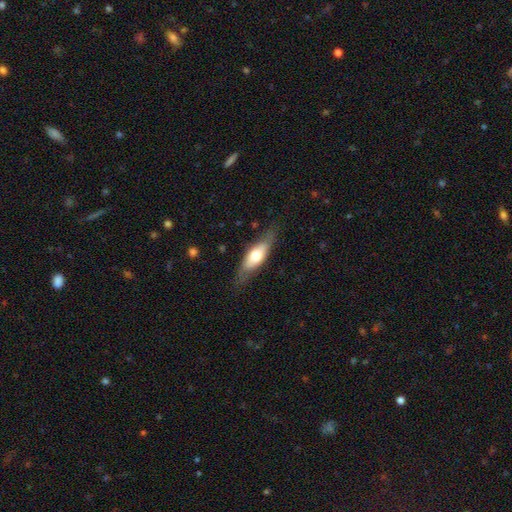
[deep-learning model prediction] The model was most divided on "smooth or featured": smooth: 54%, featured or disk: 40%, star or artifact: 6%. More confident: merging — none (73%); how rounded — in between (62%).